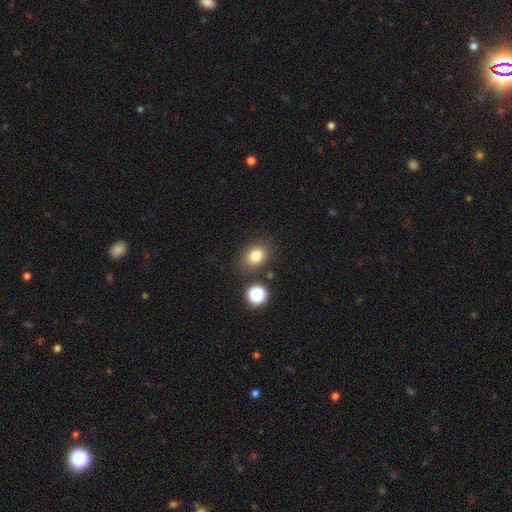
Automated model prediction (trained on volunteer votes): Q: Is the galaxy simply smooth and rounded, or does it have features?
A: smooth — 79%.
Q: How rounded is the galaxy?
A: in between — 54%.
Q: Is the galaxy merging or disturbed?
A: none — 79%.